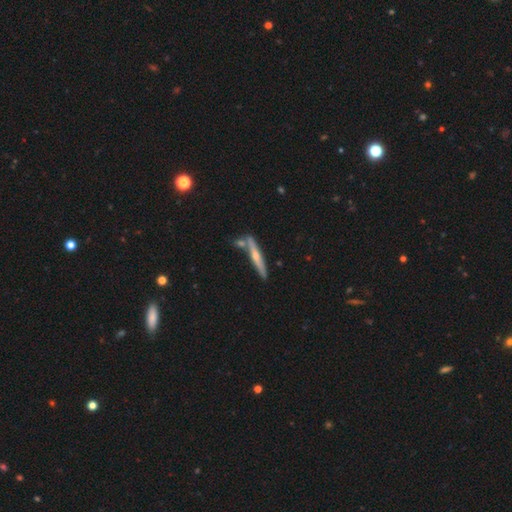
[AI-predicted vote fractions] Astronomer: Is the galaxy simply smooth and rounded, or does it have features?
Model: featured or disk — 59% (runner-up: smooth, 36%).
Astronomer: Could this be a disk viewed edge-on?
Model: yes — 96%.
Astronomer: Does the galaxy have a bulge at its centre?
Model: rounded — 80%.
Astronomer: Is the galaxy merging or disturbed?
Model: none — 74%.